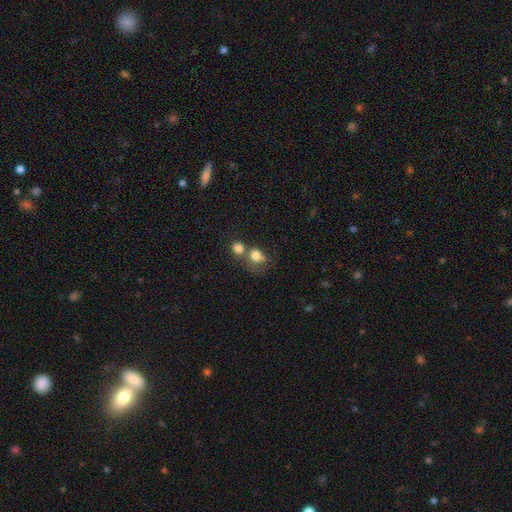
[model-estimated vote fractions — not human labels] Smooth or featured?
  - smooth: 79% *
  - star or artifact: 11%
  - featured or disk: 10%
How rounded?
  - round: 69% *
  - in between: 30%
  - cigar-shaped: 1%
Merging?
  - merger: 49% *
  - none: 33%
  - minor disturbance: 10%
  - major disturbance: 8%